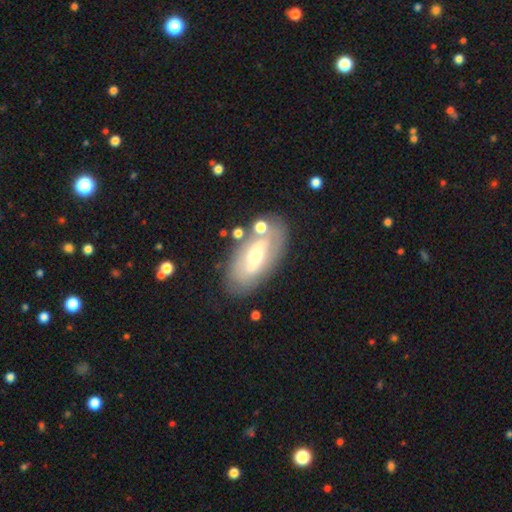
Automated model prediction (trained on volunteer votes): featured or disk 62%, smooth 31%, star or artifact 7%. Down the decision tree: edge-on disk — no (85%); bar — no (36%); spiral arms — no (62%); bulge size — moderate (61%); merging — none (73%).